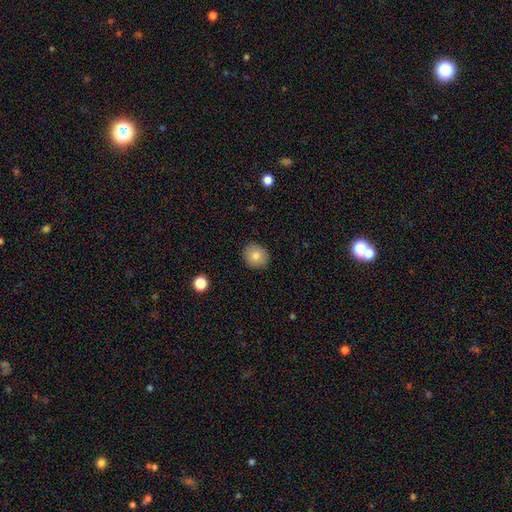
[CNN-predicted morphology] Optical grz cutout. It shows a smooth galaxy with no disk features (81%) that is round (80%). Merging: none (90%).